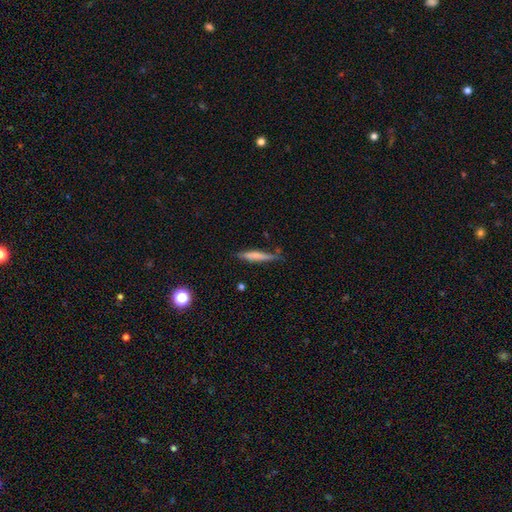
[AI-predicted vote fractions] Smooth or featured? Predicted: smooth (p=0.68). How rounded? Predicted: cigar-shaped (p=0.90). Merging? Predicted: none (p=0.70).